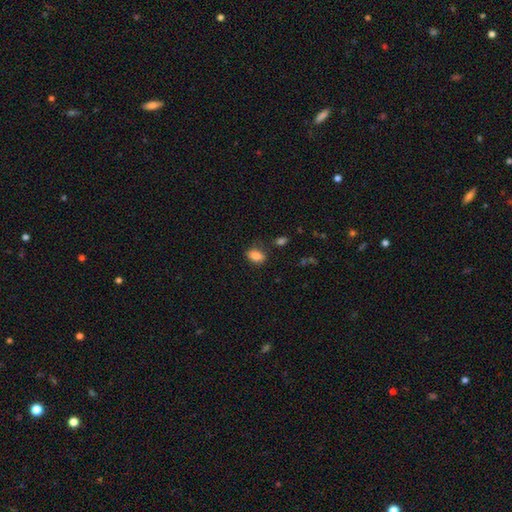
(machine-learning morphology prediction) A smooth galaxy with no disk features (85%) that is in between round and cigar-shaped (81%). Merging: none (73%).